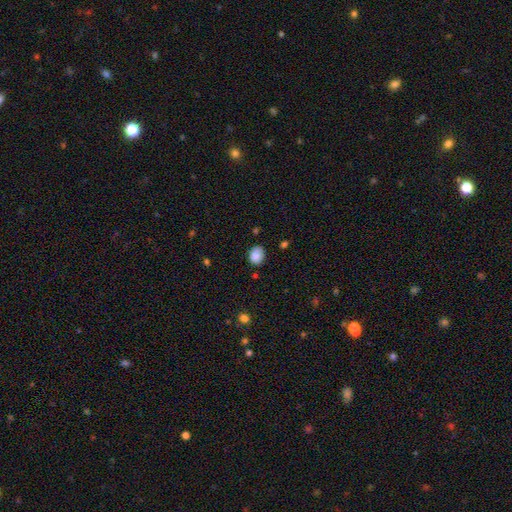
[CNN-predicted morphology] Overall: smooth (87%). How rounded: in between (61%; round 38%). Merging: none (73%).